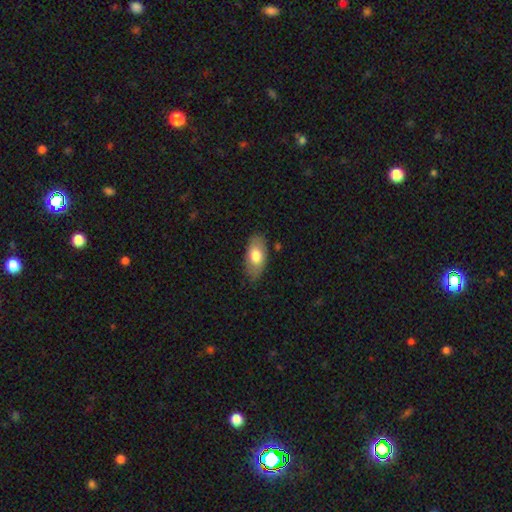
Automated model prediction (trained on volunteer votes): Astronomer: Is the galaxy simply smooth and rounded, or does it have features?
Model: smooth — 73%.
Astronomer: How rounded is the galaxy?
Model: in between — 92%.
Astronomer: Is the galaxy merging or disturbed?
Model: none — 79%.